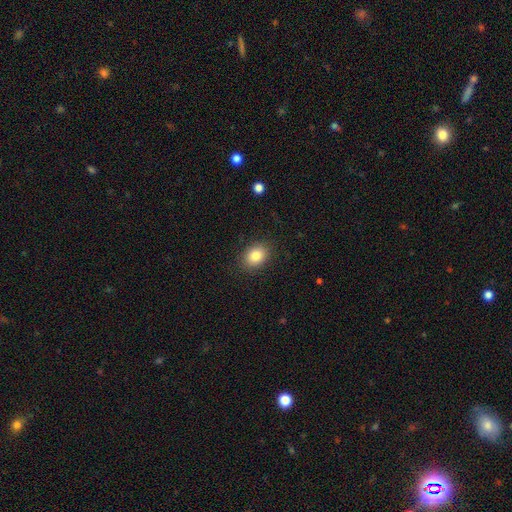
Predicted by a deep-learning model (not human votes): This appears to be a smooth galaxy with no disk features (84%) that is in between round and cigar-shaped (58%). Merging: none (87%).